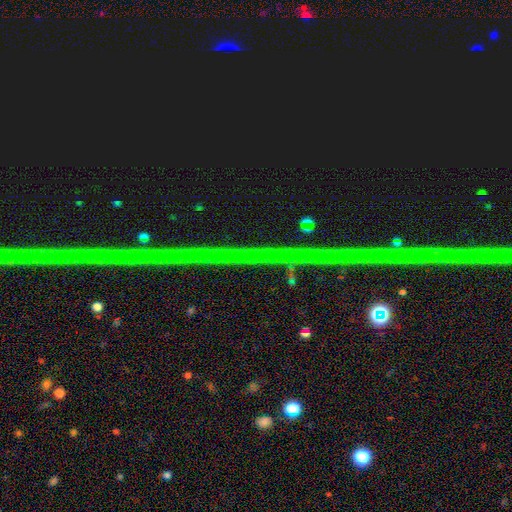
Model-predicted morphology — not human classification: Smooth or featured? star or artifact (86%)